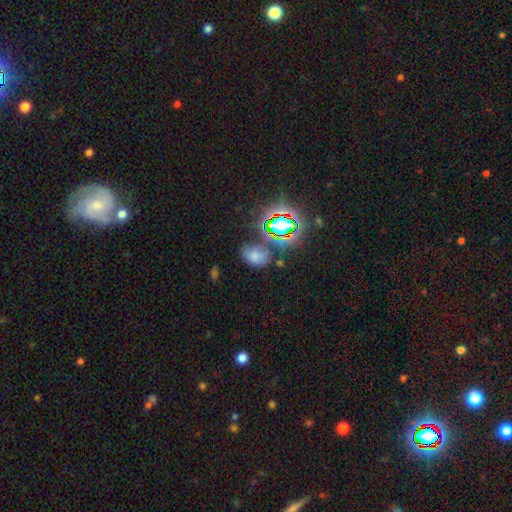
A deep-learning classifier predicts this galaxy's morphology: smooth-or-featured: smooth: 56% | star or artifact: 31% | featured or disk: 13%
  how-rounded: in between: 78% | round: 20% | cigar-shaped: 2%
  merging: none: 55% | minor disturbance: 24% | major disturbance: 11% | merger: 10%